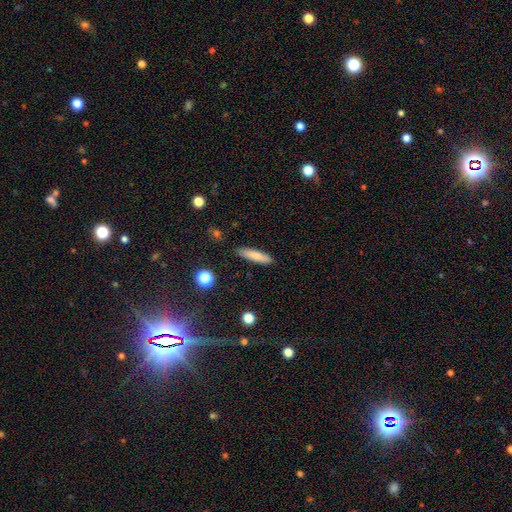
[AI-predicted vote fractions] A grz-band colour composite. It shows a smooth galaxy with no disk features (80%) that is cigar-shaped (75%). Merging: none (87%).